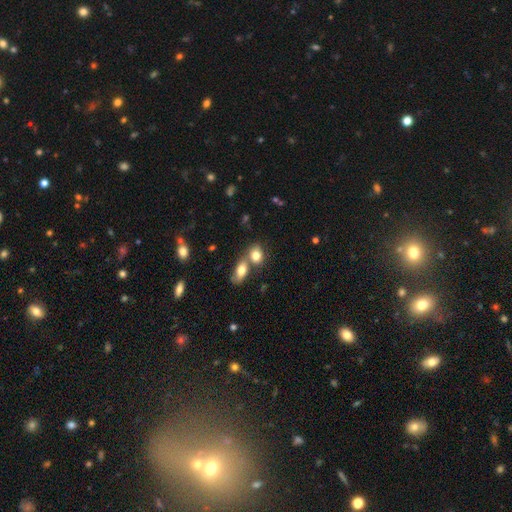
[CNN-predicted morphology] A smooth galaxy with no disk features (79%) that is in between round and cigar-shaped (66%). Merging: merger (50%).